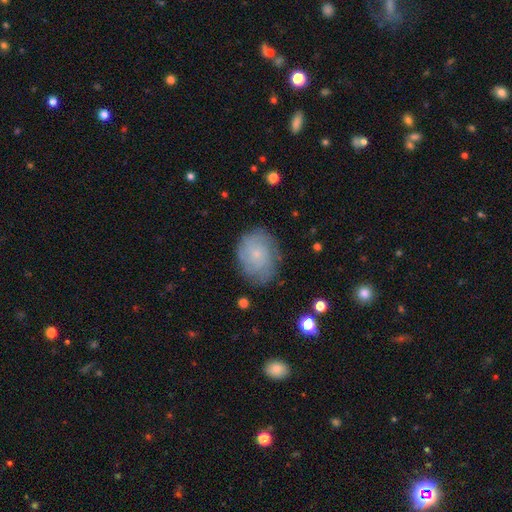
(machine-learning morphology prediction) Smooth or featured? featured or disk (51%)
Edge-on disk? no (97%)
Merging? none (73%)